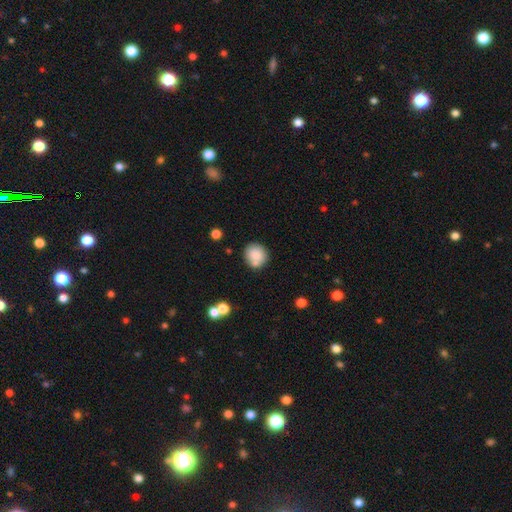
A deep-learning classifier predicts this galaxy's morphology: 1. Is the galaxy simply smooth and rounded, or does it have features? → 82% smooth, 10% featured or disk, 8% star or artifact.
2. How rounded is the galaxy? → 87% round, 12% in between, 1% cigar-shaped.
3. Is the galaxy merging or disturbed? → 71% none, 14% merger, 12% minor disturbance, 3% major disturbance.